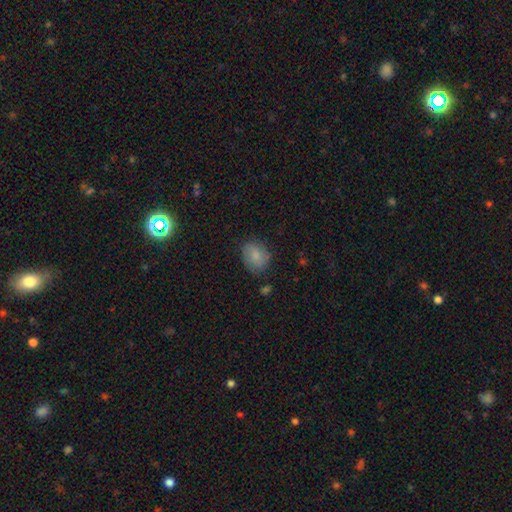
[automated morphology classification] Q: Smooth or featured?
A: smooth (80%); runner-up: featured or disk (12%)
Q: How rounded?
A: in between (52%); runner-up: round (47%)
Q: Merging?
A: none (73%); runner-up: minor disturbance (19%)